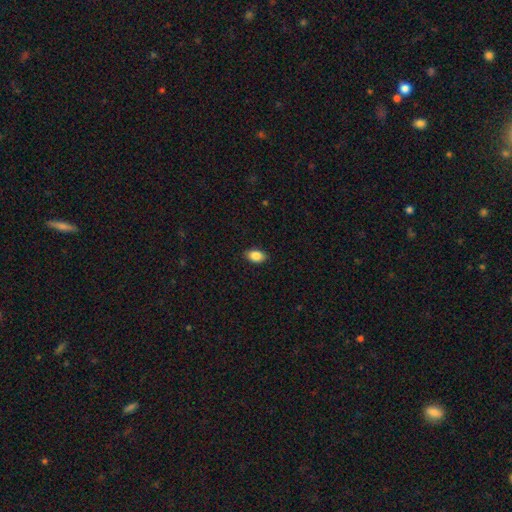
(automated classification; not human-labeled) Smooth or featured? Predicted: smooth (p=0.88). How rounded? Predicted: in between (p=0.87). Merging? Predicted: none (p=0.88).